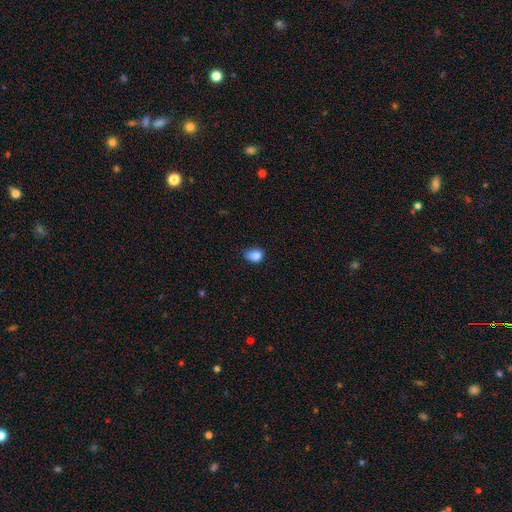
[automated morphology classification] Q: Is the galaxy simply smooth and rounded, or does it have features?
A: smooth — 83%.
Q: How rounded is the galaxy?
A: in between — 53%.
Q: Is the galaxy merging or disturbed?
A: none — 45%.